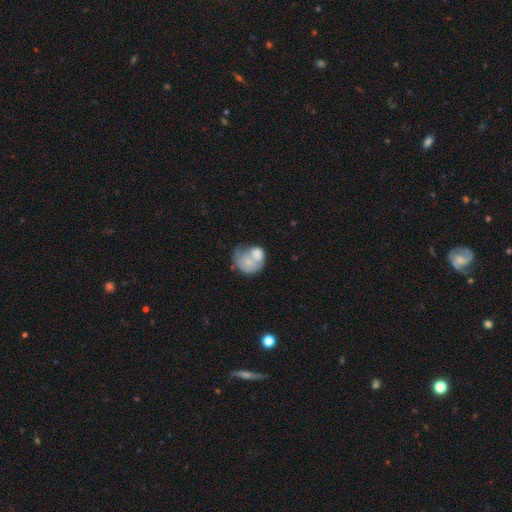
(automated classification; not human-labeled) Smooth or featured? smooth (53%)
How rounded? round (65%)
Merging? merger (33%)